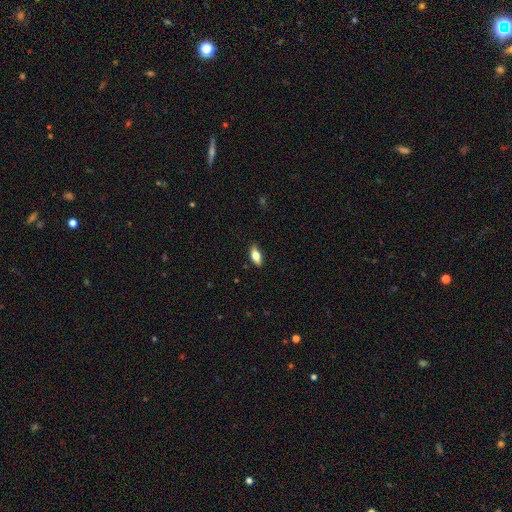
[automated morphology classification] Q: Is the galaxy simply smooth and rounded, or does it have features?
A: smooth — 71%.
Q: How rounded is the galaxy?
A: in between — 81%.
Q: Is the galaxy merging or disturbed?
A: none — 87%.